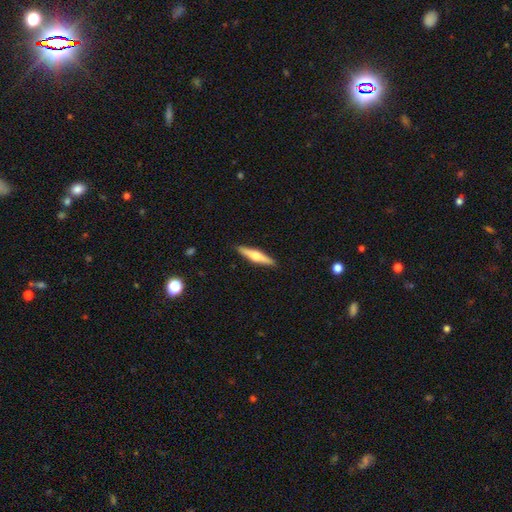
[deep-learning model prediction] This appears to be a featured or disk galaxy (59%) viewed edge-on (97%) with a rounded central bulge (93%). Merging: none (91%).